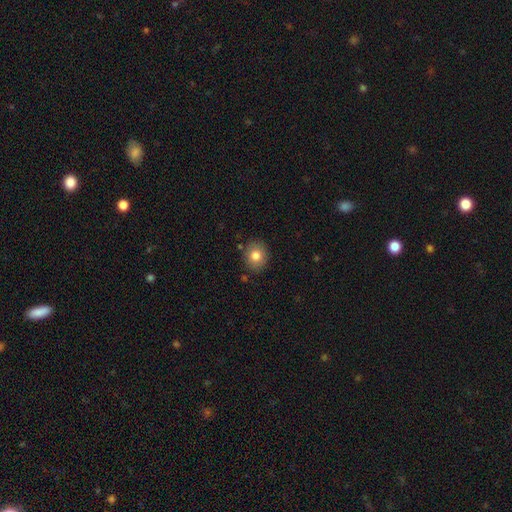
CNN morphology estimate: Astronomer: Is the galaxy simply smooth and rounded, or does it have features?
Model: smooth — 80%.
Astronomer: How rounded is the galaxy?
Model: round — 70%.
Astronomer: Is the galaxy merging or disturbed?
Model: none — 85%.